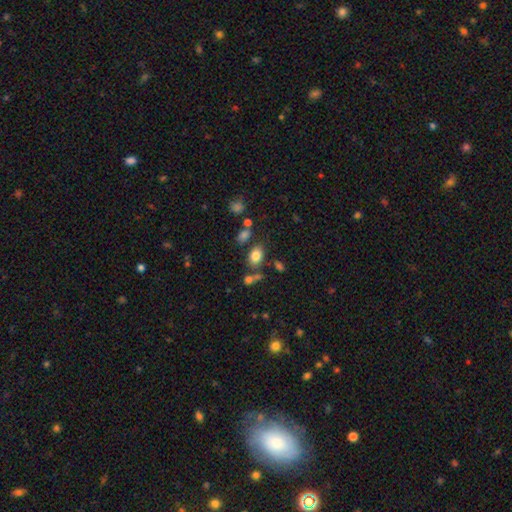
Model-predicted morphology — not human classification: The model was most divided on "merging": none: 71%, minor disturbance: 13%, merger: 12%, major disturbance: 5%. More confident: smooth or featured — smooth (81%); how rounded — in between (79%).